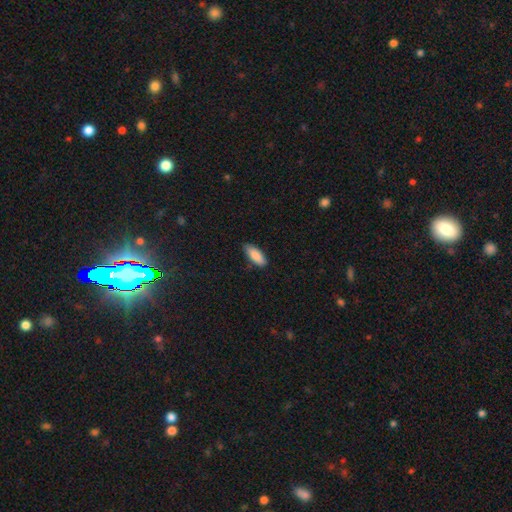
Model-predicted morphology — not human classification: Smooth or featured? Predicted: smooth (p=0.88). How rounded? Predicted: in between (p=0.74). Merging? Predicted: none (p=0.81).